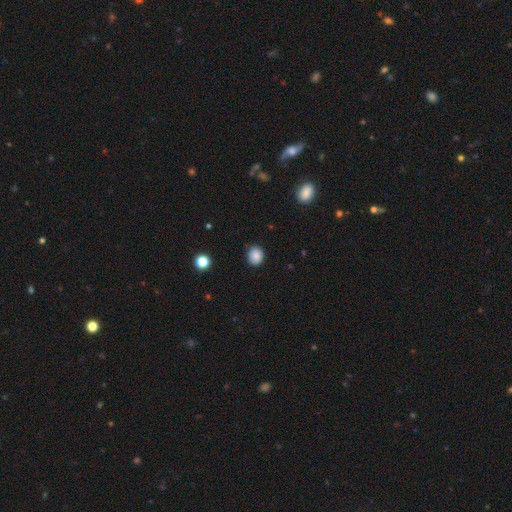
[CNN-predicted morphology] Smooth or featured?
  - smooth: 86% *
  - star or artifact: 10%
  - featured or disk: 4%
How rounded?
  - round: 68% *
  - in between: 31%
  - cigar-shaped: 1%
Merging?
  - none: 84% *
  - minor disturbance: 12%
  - major disturbance: 3%
  - merger: 1%